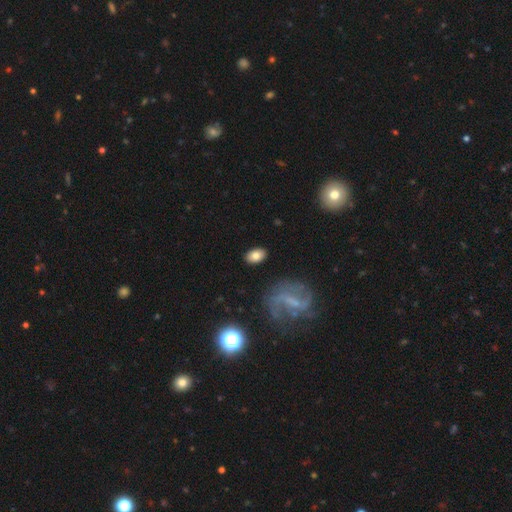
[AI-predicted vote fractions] This is likely a smooth galaxy (76%). How rounded: clearly in between (89%). Merging: clearly none (86%).